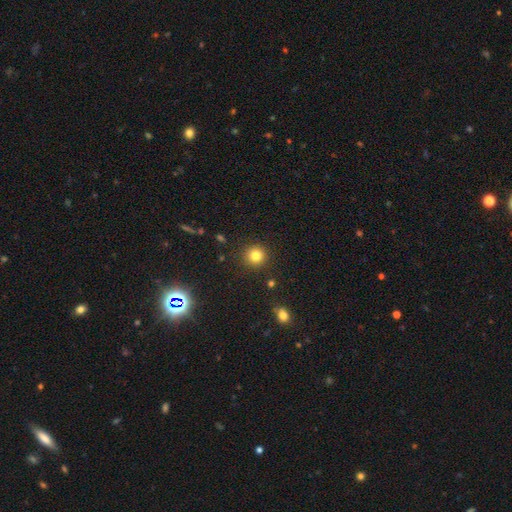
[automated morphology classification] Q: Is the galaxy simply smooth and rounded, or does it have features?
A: smooth — 82%.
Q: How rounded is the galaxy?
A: round — 93%.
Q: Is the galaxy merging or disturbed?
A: none — 90%.